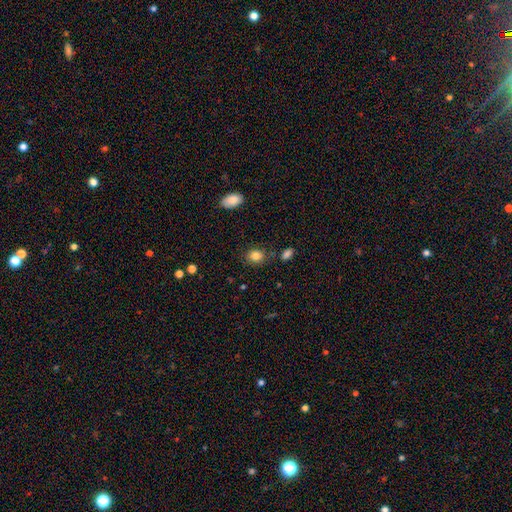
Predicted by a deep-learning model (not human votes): Smooth or featured? Predicted: smooth (p=0.85). How rounded? Predicted: in between (p=0.50). Merging? Predicted: none (p=0.80).